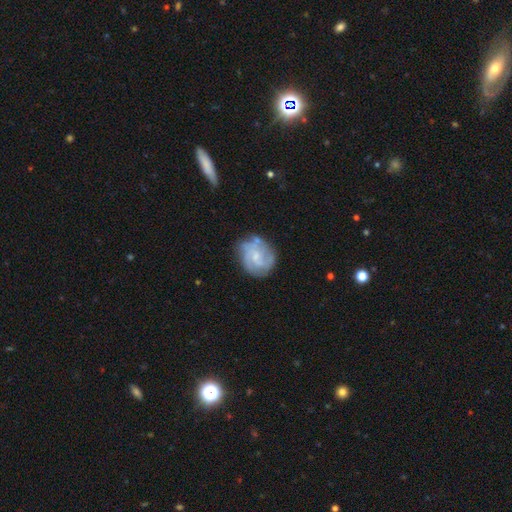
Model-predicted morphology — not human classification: This appears to be a featured or disk galaxy (73%) with no bar (59%), tight (46%) spiral arms (89%) and a small central bulge (57%). Merging: none (69%).